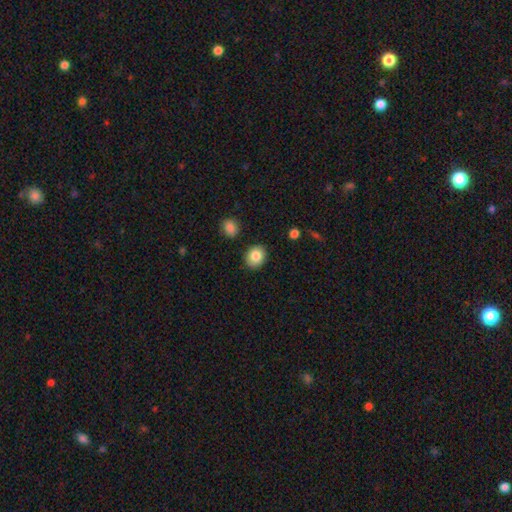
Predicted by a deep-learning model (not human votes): The model was most divided on "how rounded": round: 60%, in between: 39%, cigar-shaped: 1%. More confident: merging — none (88%); smooth or featured — smooth (85%).